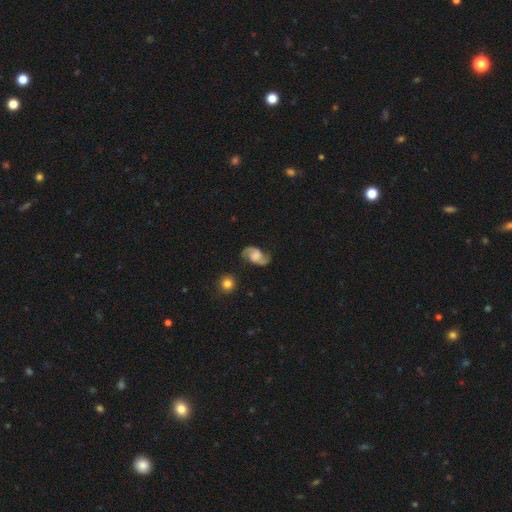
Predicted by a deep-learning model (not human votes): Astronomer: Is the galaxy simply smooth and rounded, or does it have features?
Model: featured or disk — 80%.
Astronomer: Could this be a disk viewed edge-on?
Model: no — 97%.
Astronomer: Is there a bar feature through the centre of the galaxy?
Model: no — 52% (runner-up: weak, 39%).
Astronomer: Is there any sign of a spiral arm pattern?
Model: yes — 96%.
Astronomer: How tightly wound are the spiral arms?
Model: medium — 45% (runner-up: loose, 41%).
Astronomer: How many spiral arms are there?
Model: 2 — 93%.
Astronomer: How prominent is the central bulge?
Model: none — 36% (runner-up: moderate, 22%).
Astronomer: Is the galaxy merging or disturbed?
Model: none — 75%.